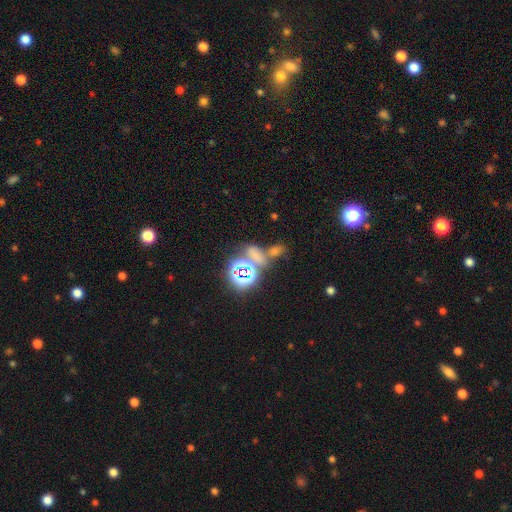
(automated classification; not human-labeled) Morphology: type=star or artifact (45%).